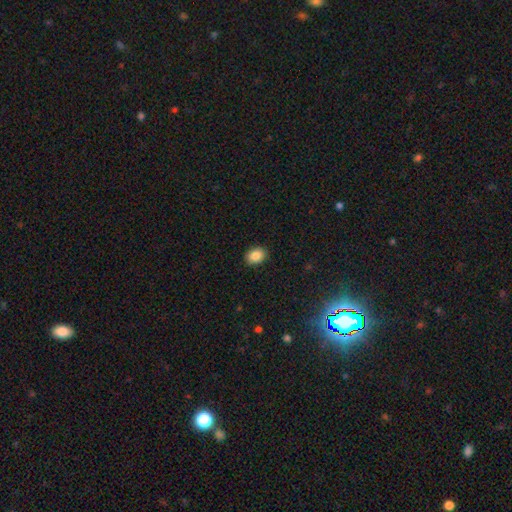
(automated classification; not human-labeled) Smooth or featured?
  - smooth: 88% *
  - star or artifact: 8%
  - featured or disk: 4%
How rounded?
  - in between: 72% *
  - round: 27%
  - cigar-shaped: 1%
Merging?
  - none: 90% *
  - minor disturbance: 7%
  - major disturbance: 2%
  - merger: 1%